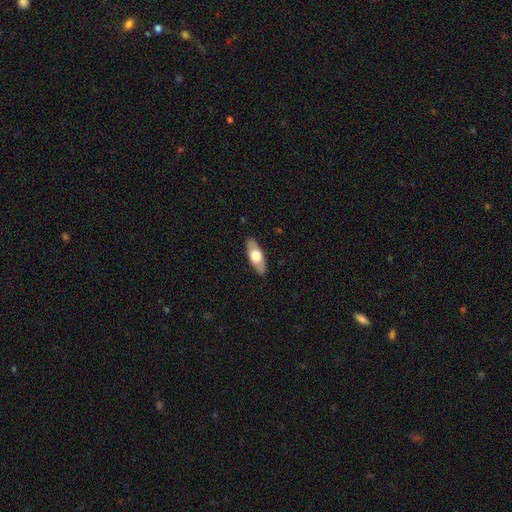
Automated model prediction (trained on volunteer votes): smooth_or_featured: smooth (p=0.59) [alt: featured or disk p=0.36]
how_rounded: in between (p=0.78) [alt: cigar-shaped p=0.20]
merging: none (p=0.88) [alt: minor disturbance p=0.10]